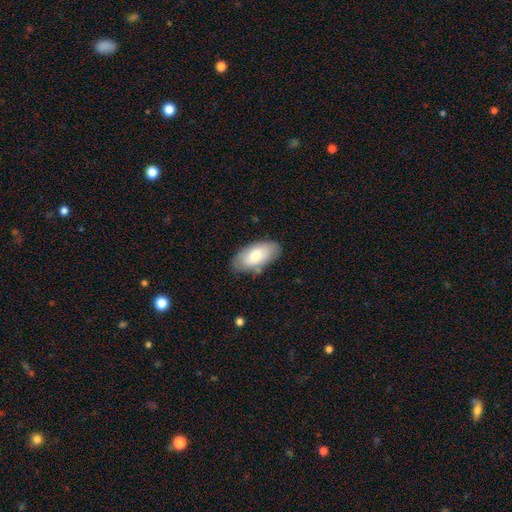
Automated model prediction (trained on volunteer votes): Smooth or featured?
  - smooth: 73% *
  - featured or disk: 22%
  - star or artifact: 6%
How rounded?
  - in between: 94% *
  - cigar-shaped: 3%
  - round: 3%
Merging?
  - none: 78% *
  - minor disturbance: 17%
  - major disturbance: 4%
  - merger: 2%